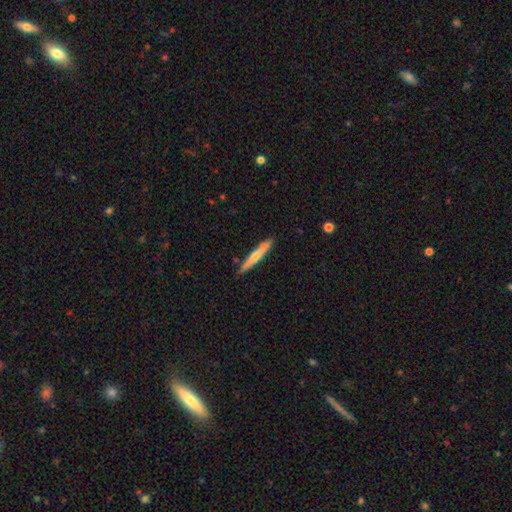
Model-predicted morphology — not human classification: Smooth or featured?
  - smooth: 56% *
  - featured or disk: 38%
  - star or artifact: 5%
How rounded?
  - cigar-shaped: 95% *
  - in between: 4%
  - round: 1%
Merging?
  - none: 86% *
  - minor disturbance: 10%
  - merger: 2%
  - major disturbance: 2%